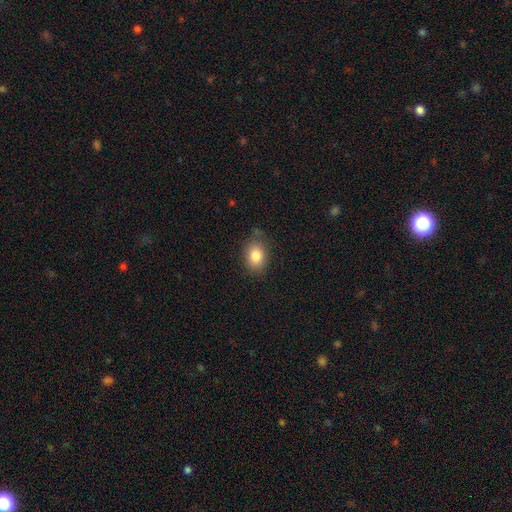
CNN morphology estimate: Smooth or featured?
  - smooth: 84% *
  - star or artifact: 9%
  - featured or disk: 8%
How rounded?
  - in between: 73% *
  - round: 26%
  - cigar-shaped: 1%
Merging?
  - none: 77% *
  - minor disturbance: 17%
  - major disturbance: 4%
  - merger: 2%